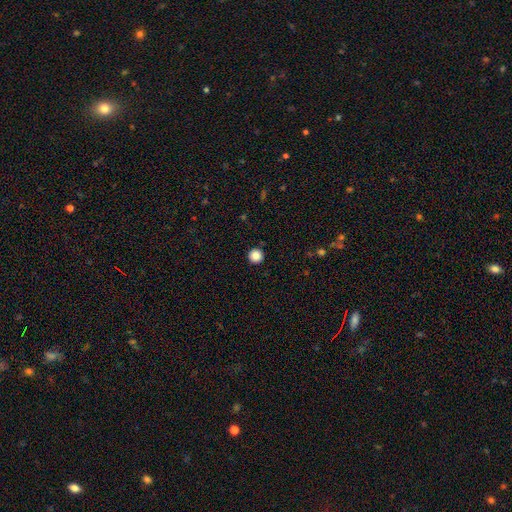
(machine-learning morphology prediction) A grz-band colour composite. It shows a smooth galaxy with no disk features (86%) that is round (96%). Merging: none (93%).